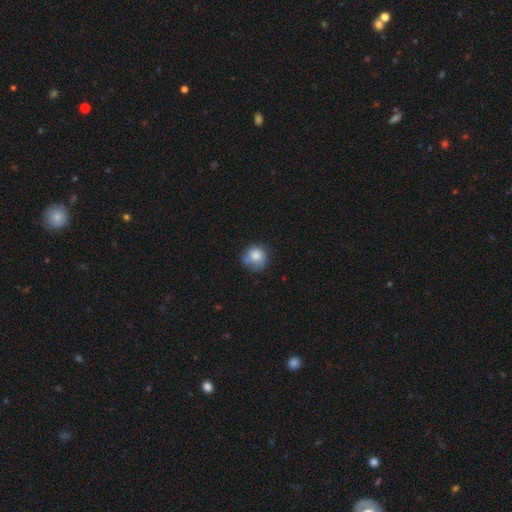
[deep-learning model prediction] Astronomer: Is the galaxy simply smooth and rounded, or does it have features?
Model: smooth — 78%.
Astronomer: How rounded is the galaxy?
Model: round — 84%.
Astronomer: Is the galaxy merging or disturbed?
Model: none — 54%.